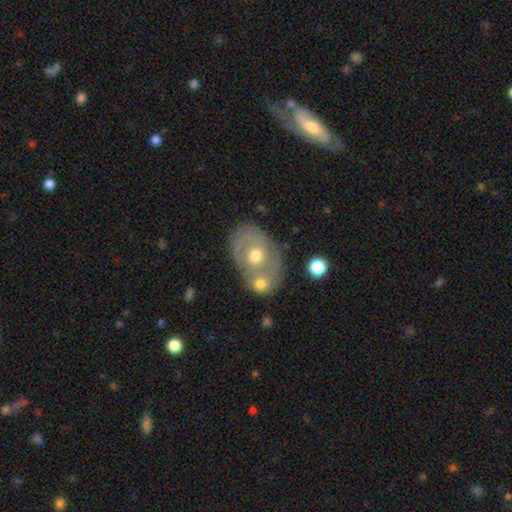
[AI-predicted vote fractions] Smooth or featured? featured or disk (53%)
Edge-on disk? no (93%)
Merging? none (47%)